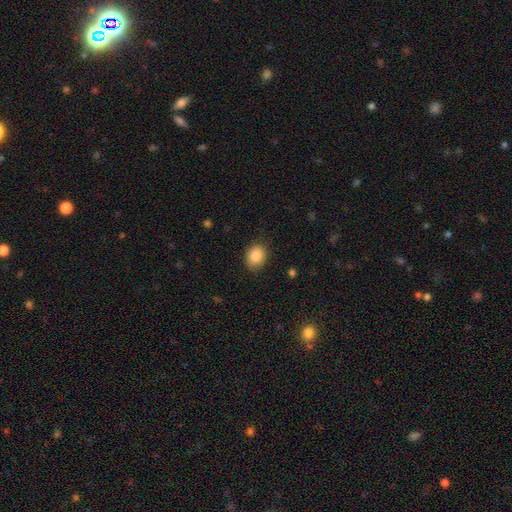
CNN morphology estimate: smooth 87%, star or artifact 8%, featured or disk 5%. Down the decision tree: how rounded — in between (53%); merging — none (85%).